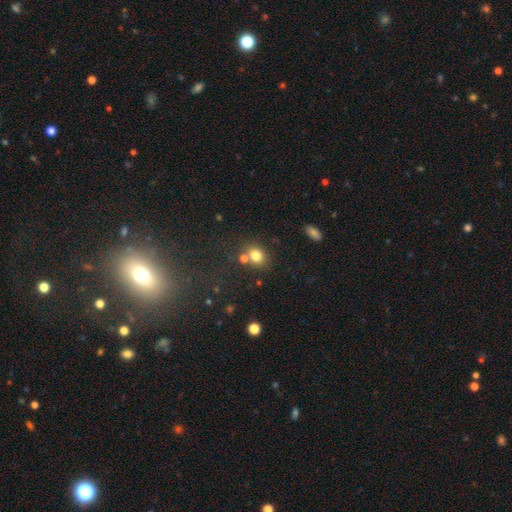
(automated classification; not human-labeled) Morphology: type=smooth (79%); roundness=round (57%); merging=none (61%).